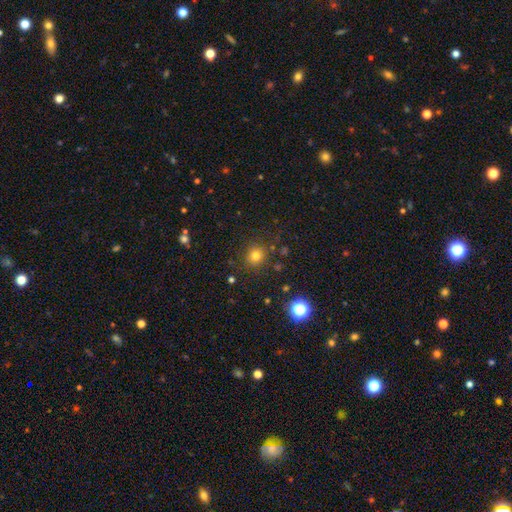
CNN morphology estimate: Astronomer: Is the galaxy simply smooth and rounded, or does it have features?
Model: smooth — 76%.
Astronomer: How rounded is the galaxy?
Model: round — 87%.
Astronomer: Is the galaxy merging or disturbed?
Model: none — 85%.